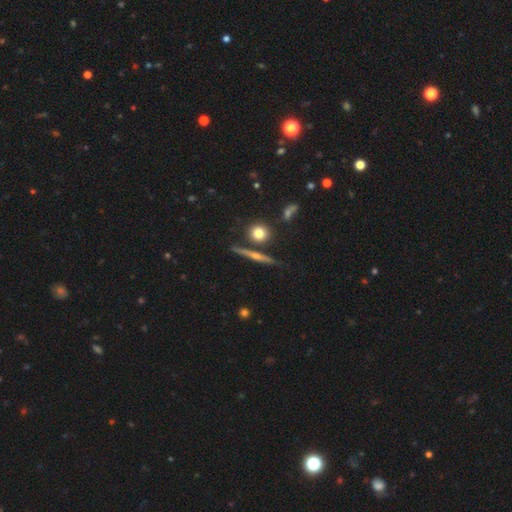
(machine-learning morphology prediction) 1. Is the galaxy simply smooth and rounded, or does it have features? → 65% featured or disk, 26% smooth, 9% star or artifact.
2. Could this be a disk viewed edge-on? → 96% yes, 4% no.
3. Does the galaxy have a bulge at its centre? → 70% rounded, 22% none, 8% boxy.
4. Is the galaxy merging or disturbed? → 83% none, 9% minor disturbance, 5% merger, 2% major disturbance.